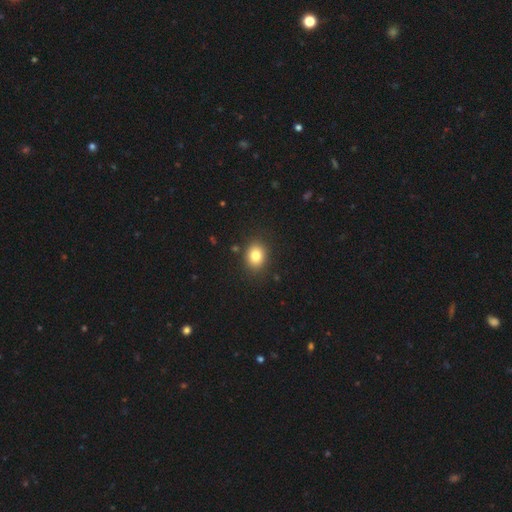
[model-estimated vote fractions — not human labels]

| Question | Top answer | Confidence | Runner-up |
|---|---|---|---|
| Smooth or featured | smooth | 82% | star or artifact (10%) |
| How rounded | in between | 53% | round (46%) |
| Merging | none | 87% | minor disturbance (9%) |